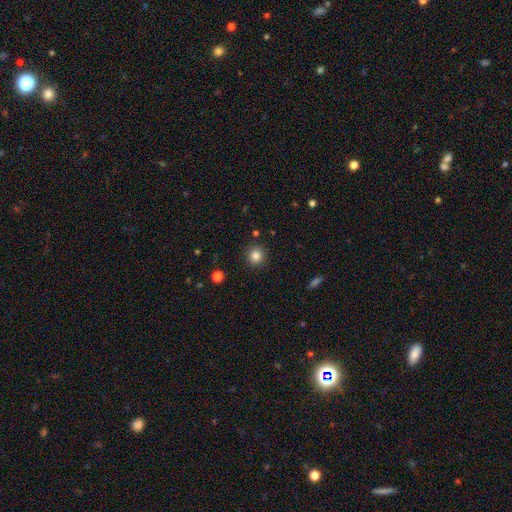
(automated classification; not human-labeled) Smooth or featured? smooth (83%)
How rounded? round (92%)
Merging? none (90%)